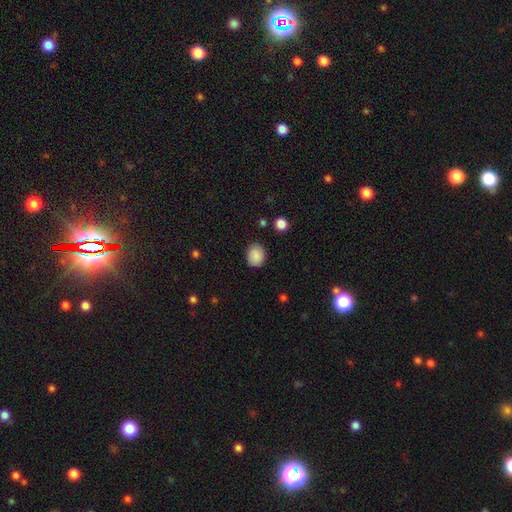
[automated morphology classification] A smooth galaxy with no disk features (88%) that is round (57%). Merging: none (85%).